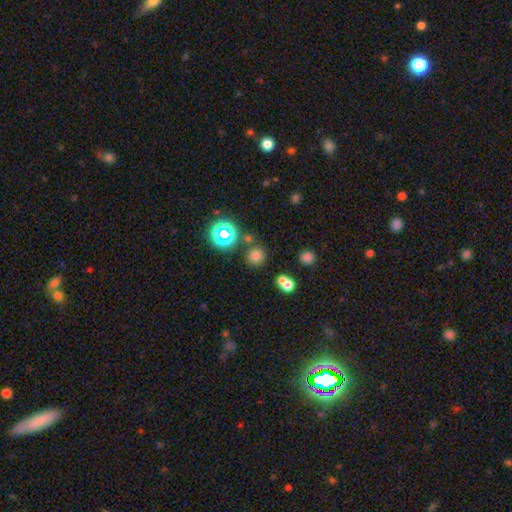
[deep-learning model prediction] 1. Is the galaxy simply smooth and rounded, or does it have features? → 70% smooth, 22% star or artifact, 8% featured or disk.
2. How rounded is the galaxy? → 89% round, 10% in between, 1% cigar-shaped.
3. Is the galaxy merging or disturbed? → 74% none, 13% merger, 9% minor disturbance, 3% major disturbance.